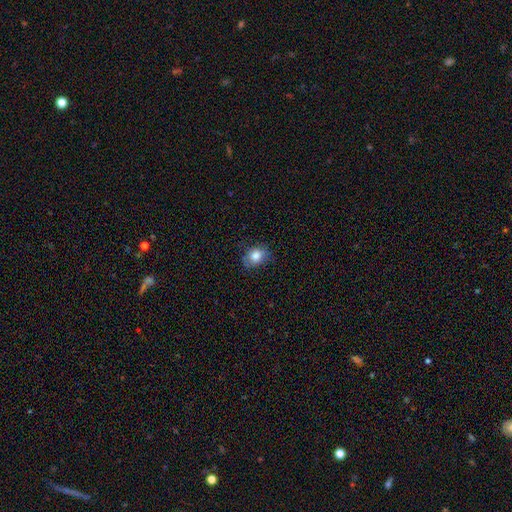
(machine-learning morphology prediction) Smooth or featured?
  - smooth: 82% *
  - star or artifact: 9%
  - featured or disk: 9%
How rounded?
  - in between: 58% *
  - round: 41%
  - cigar-shaped: 1%
Merging?
  - none: 74% *
  - minor disturbance: 20%
  - major disturbance: 5%
  - merger: 1%